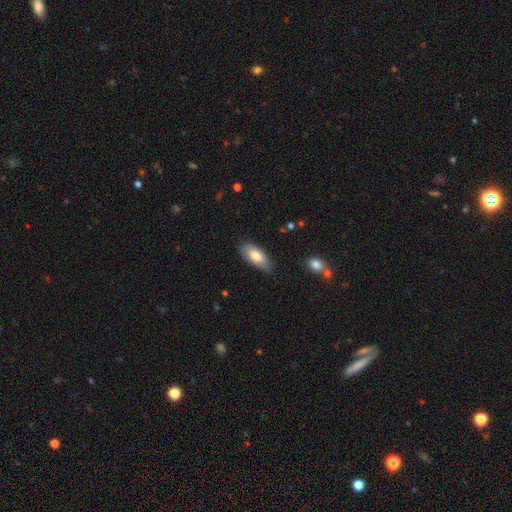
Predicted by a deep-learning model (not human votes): Smooth or featured?
  - smooth: 76% *
  - featured or disk: 18%
  - star or artifact: 6%
How rounded?
  - in between: 87% *
  - cigar-shaped: 11%
  - round: 2%
Merging?
  - none: 83% *
  - minor disturbance: 13%
  - major disturbance: 2%
  - merger: 1%